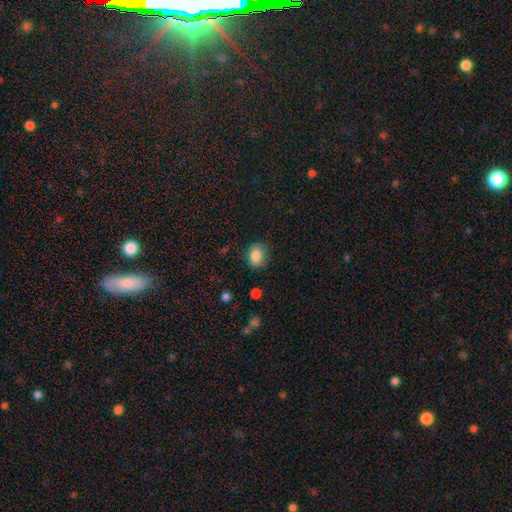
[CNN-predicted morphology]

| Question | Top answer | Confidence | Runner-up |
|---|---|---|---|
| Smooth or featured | smooth | 84% | star or artifact (9%) |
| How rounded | in between | 66% | round (32%) |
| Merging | none | 73% | minor disturbance (20%) |